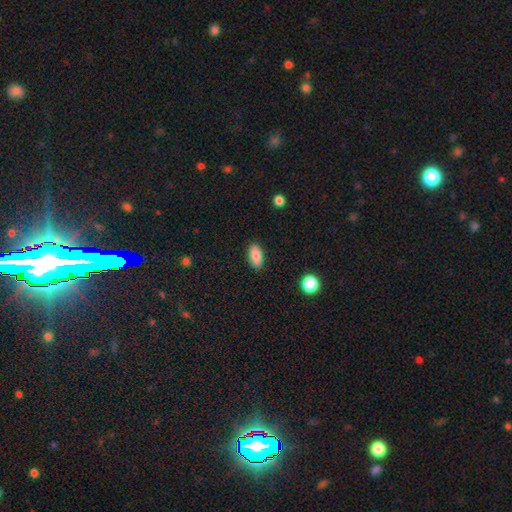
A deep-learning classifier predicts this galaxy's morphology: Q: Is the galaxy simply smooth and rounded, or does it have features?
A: smooth — 84%.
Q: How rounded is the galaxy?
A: in between — 91%.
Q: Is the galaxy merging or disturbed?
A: none — 88%.